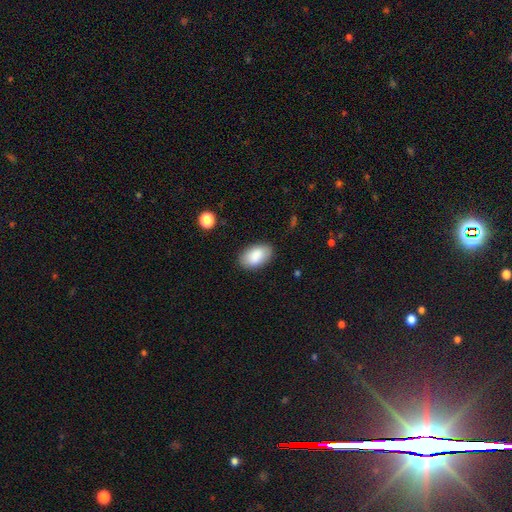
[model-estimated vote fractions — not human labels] Smooth or featured? Predicted: smooth (p=0.87). How rounded? Predicted: in between (p=0.94). Merging? Predicted: none (p=0.86).